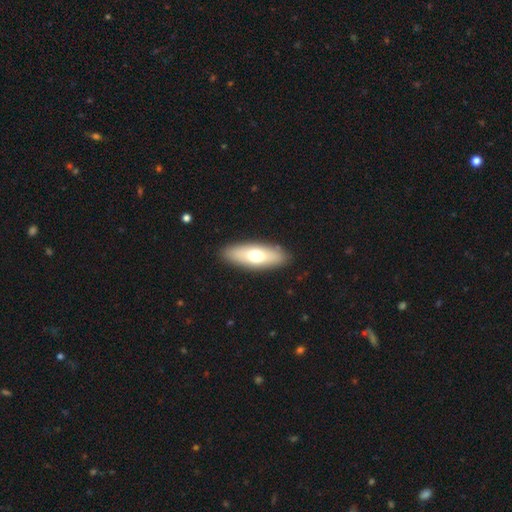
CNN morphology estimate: The model was most divided on "smooth or featured": smooth: 64%, featured or disk: 30%, star or artifact: 6%. More confident: merging — none (89%); how rounded — in between (66%).